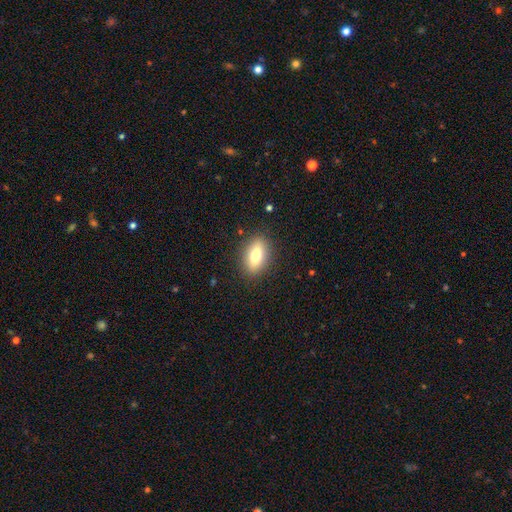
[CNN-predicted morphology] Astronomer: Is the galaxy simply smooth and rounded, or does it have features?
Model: smooth — 69%.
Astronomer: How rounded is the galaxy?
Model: in between — 81%.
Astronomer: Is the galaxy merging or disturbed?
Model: none — 87%.